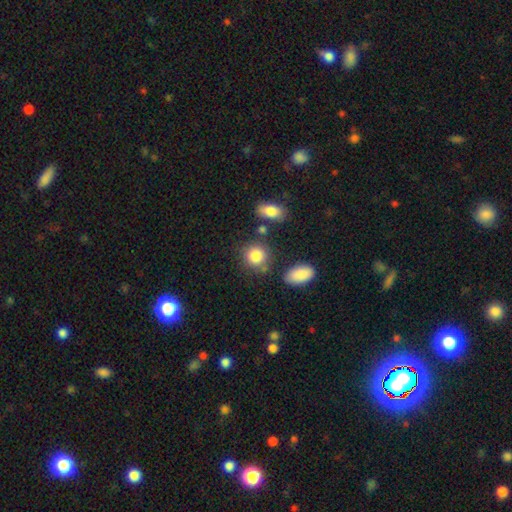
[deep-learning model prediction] Smooth or featured?
  - smooth: 85% *
  - star or artifact: 9%
  - featured or disk: 7%
How rounded?
  - round: 80% *
  - in between: 19%
  - cigar-shaped: 1%
Merging?
  - none: 73% *
  - minor disturbance: 13%
  - merger: 10%
  - major disturbance: 5%